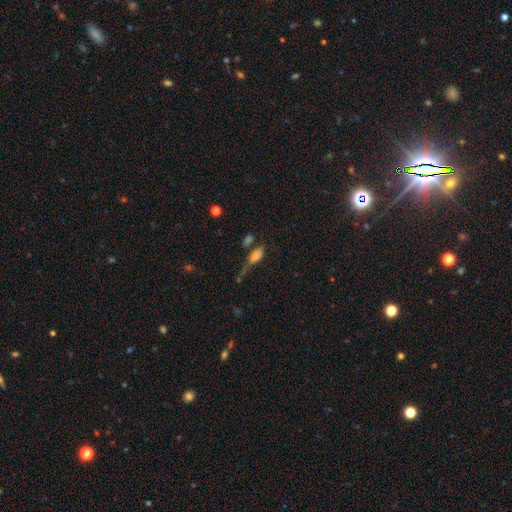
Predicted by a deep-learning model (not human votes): This is likely a smooth galaxy (64%). How rounded: likely in between (72%). Merging: marginally none (30%).